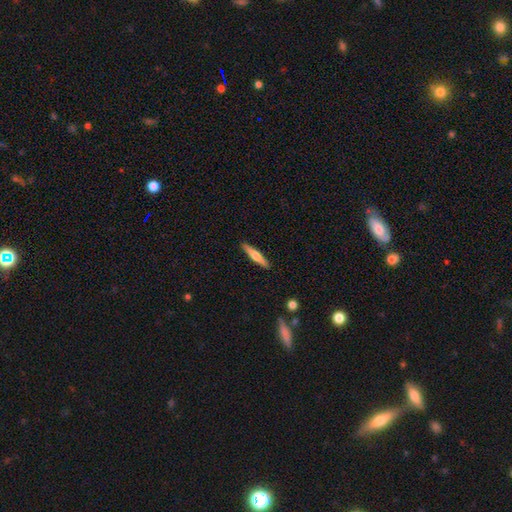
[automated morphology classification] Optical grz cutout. It shows a smooth galaxy with no disk features (47%, tied with featured or disk). Merging: none (91%).